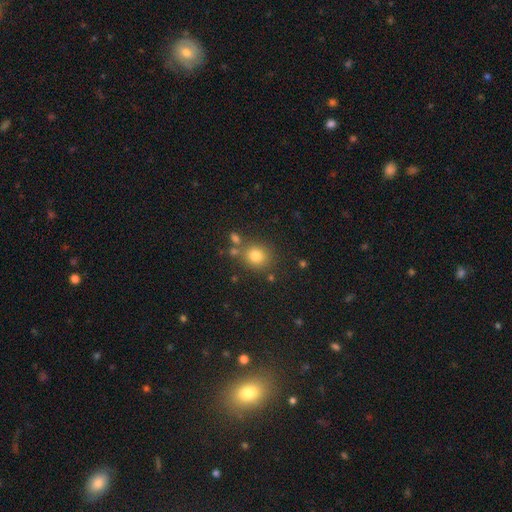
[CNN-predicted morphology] Q: Smooth or featured?
A: smooth (78%); runner-up: star or artifact (13%)
Q: How rounded?
A: round (81%); runner-up: in between (18%)
Q: Merging?
A: none (74%); runner-up: merger (11%)